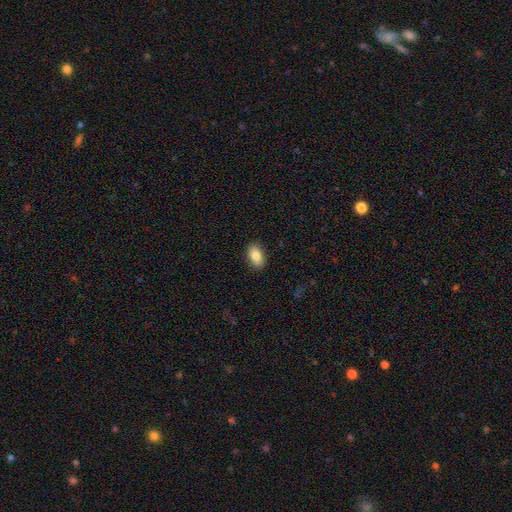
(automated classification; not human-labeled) Q: Smooth or featured?
A: smooth (82%); runner-up: featured or disk (10%)
Q: How rounded?
A: in between (89%); runner-up: round (9%)
Q: Merging?
A: none (89%); runner-up: minor disturbance (8%)